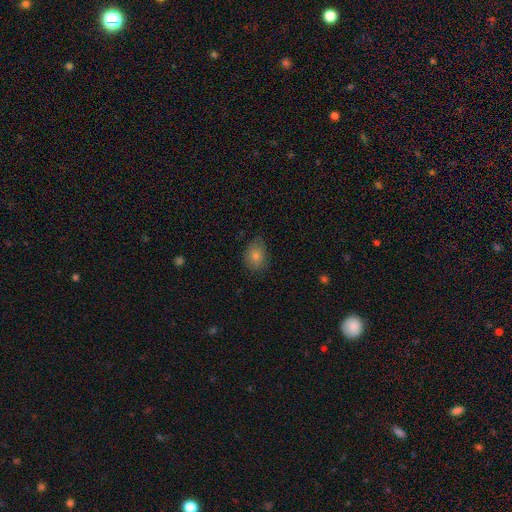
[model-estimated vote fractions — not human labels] This is likely a smooth galaxy (75%). How rounded: likely in between (63%). Merging: likely none (74%).